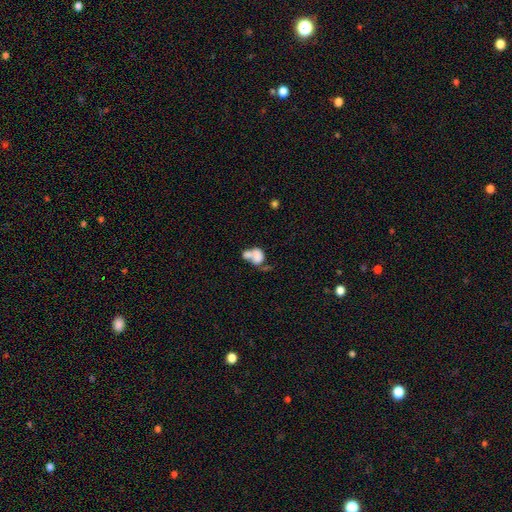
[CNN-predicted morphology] smooth-or-featured: smooth: 68% | featured or disk: 23% | star or artifact: 9%
  how-rounded: in between: 69% | round: 29% | cigar-shaped: 2%
  merging: merger: 67% | none: 14% | major disturbance: 11% | minor disturbance: 8%